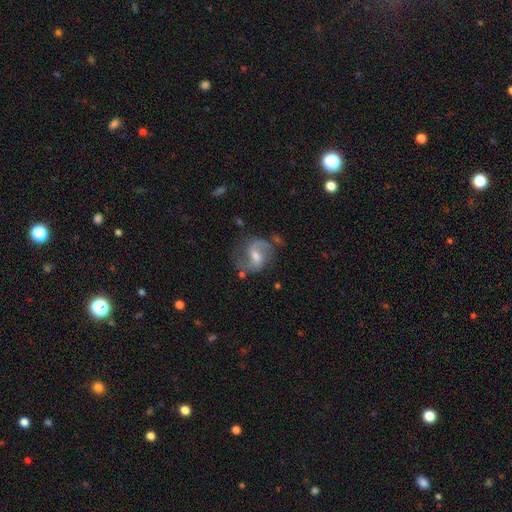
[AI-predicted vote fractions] Overall: featured or disk (81%). Edge-on disk: no (97%). Bar: weak (55%; strong 23%). Spiral arms: yes (94%). Spiral arm count: 2 (88%). Spiral winding: medium (47%; loose 42%). Bulge size: moderate (57%; small 33%). Merging: none (68%).